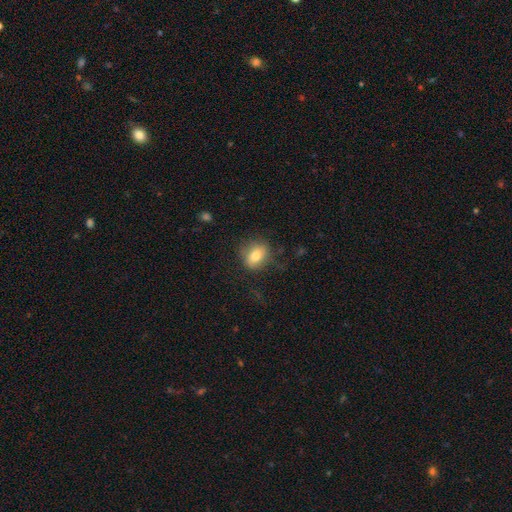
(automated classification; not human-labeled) A smooth galaxy with no disk features (75%) that is in between round and cigar-shaped (50%).

Vote fractions:
- Smooth or featured? smooth: 75% / featured or disk: 15% / star or artifact: 10%
- How rounded? in between: 50% / round: 49% / cigar-shaped: 2%
- Merging? none: 76% / minor disturbance: 16% / major disturbance: 7% / merger: 1%